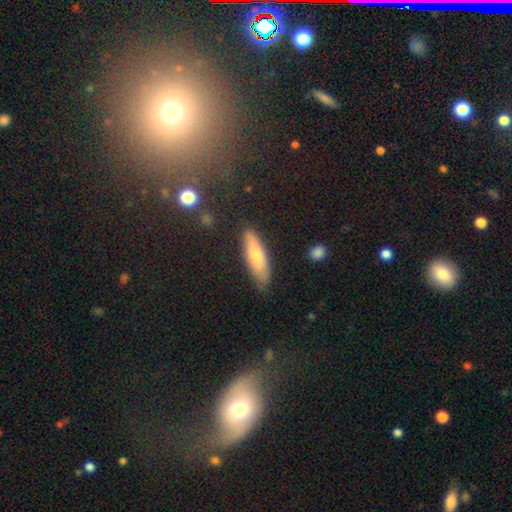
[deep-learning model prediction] This is likely a smooth galaxy (70%). How rounded: likely cigar-shaped (62%). Merging: clearly none (81%).